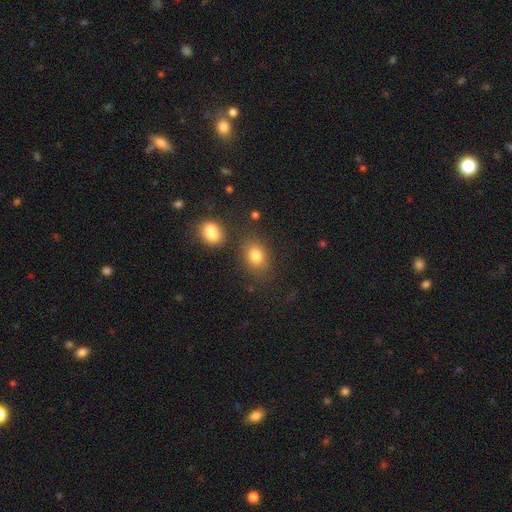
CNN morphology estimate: smooth-or-featured: smooth: 80% | star or artifact: 12% | featured or disk: 8%
  how-rounded: in between: 57% | round: 42% | cigar-shaped: 1%
  merging: none: 76% | minor disturbance: 12% | merger: 7% | major disturbance: 4%